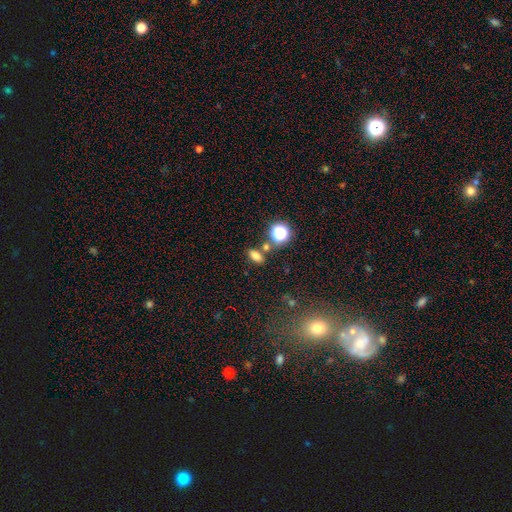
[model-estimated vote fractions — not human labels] Smooth or featured? smooth (76%)
How rounded? in between (79%)
Merging? none (72%)